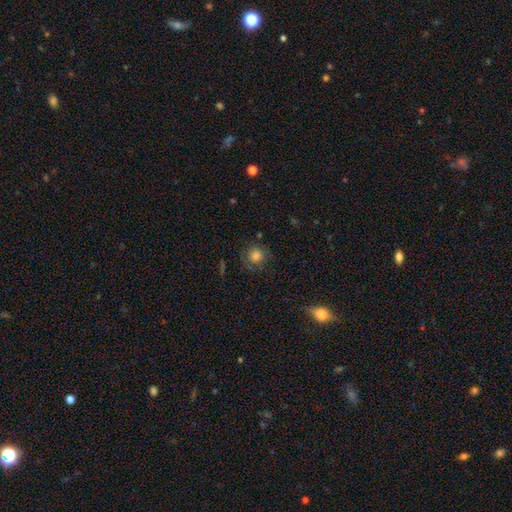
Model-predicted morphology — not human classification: This appears to be a smooth galaxy with no disk features (73%) that is round (90%). Merging: none (77%).